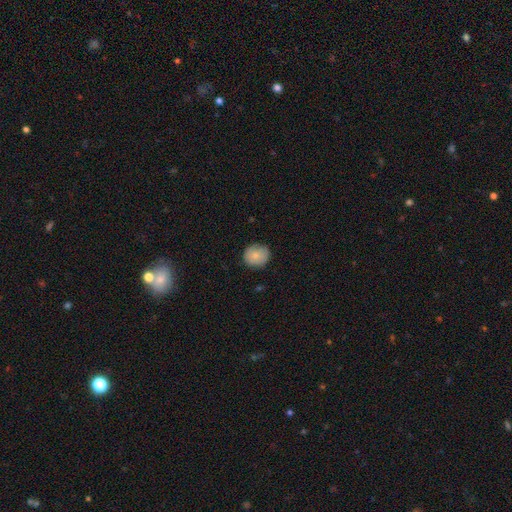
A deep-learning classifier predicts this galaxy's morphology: Q: Smooth or featured?
A: smooth (79%); runner-up: featured or disk (14%)
Q: How rounded?
A: round (82%); runner-up: in between (17%)
Q: Merging?
A: none (83%); runner-up: minor disturbance (14%)